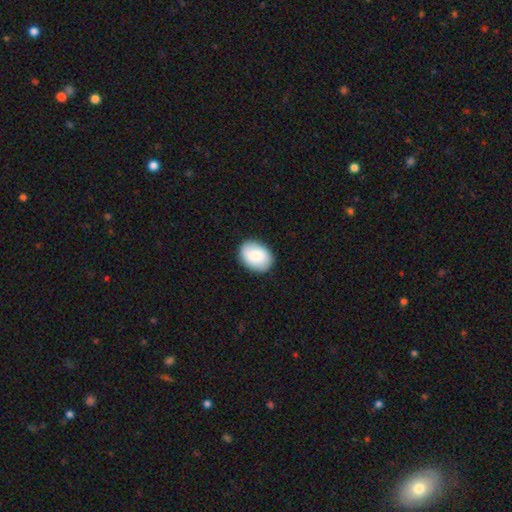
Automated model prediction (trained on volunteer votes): Smooth or featured? Predicted: smooth (p=0.83). How rounded? Predicted: in between (p=0.73). Merging? Predicted: none (p=0.86).